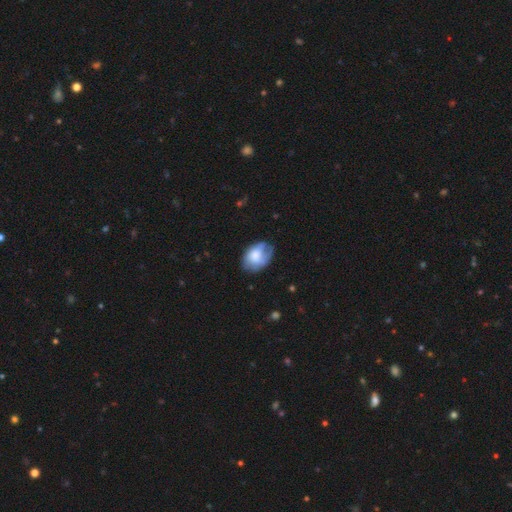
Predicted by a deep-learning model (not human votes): A smooth galaxy with no disk features (60%) that is in between round and cigar-shaped (79%).

Vote fractions:
- Smooth or featured? smooth: 60% / featured or disk: 32% / star or artifact: 8%
- How rounded? in between: 79% / round: 20% / cigar-shaped: 1%
- Merging? none: 49% / minor disturbance: 32% / major disturbance: 16% / merger: 2%